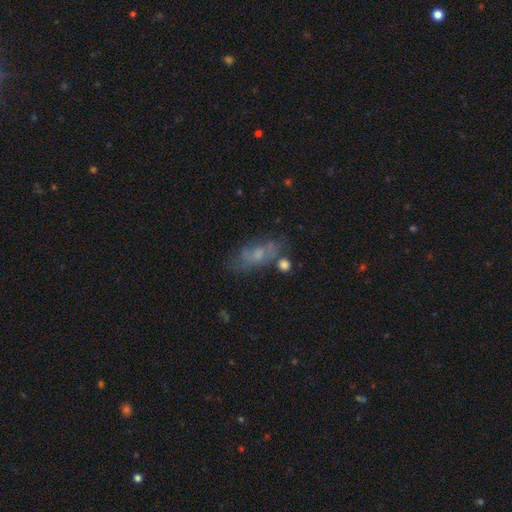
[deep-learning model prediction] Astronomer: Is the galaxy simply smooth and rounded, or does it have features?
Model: smooth — 44% (runner-up: featured or disk, 41%).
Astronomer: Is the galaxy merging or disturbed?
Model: none — 52%.